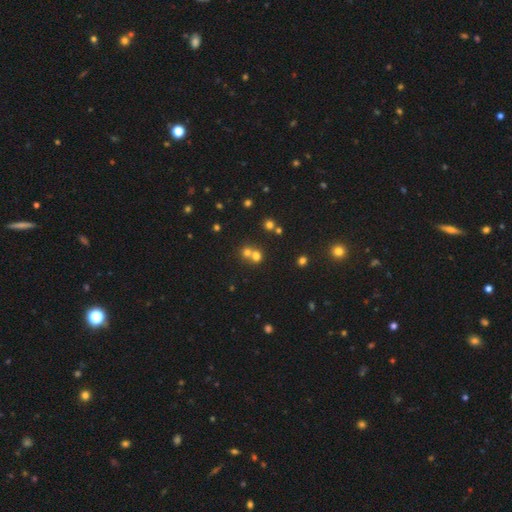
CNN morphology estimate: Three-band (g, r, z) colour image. It shows a smooth galaxy with no disk features (66%) that is round (80%). Merging: merger (51%).